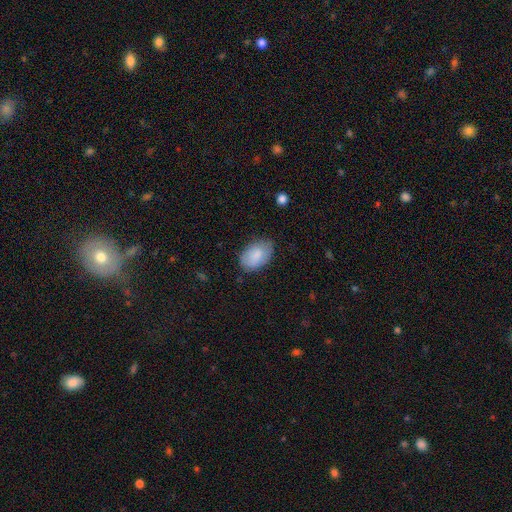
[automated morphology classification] Overall: smooth (84%). How rounded: in between (92%). Merging: none (74%).